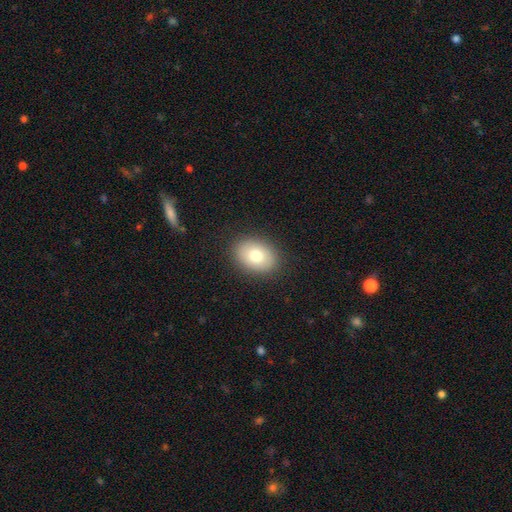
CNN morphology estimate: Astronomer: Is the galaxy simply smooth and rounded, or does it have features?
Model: smooth — 78%.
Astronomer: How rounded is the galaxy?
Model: in between — 76%.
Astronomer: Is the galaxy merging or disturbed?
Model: none — 88%.